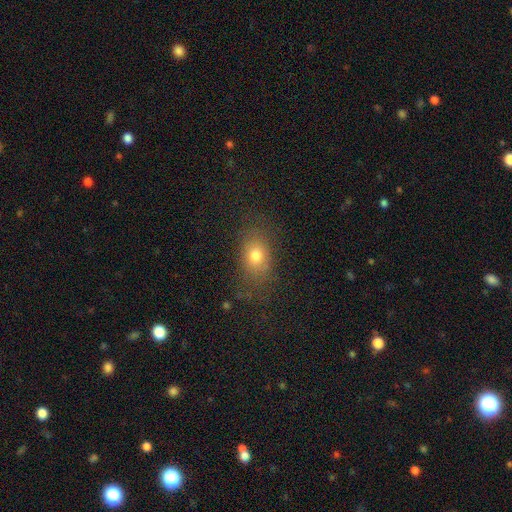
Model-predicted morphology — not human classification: smooth 76%, featured or disk 12%, star or artifact 12%. Down the decision tree: how rounded — in between (74%); merging — none (73%).